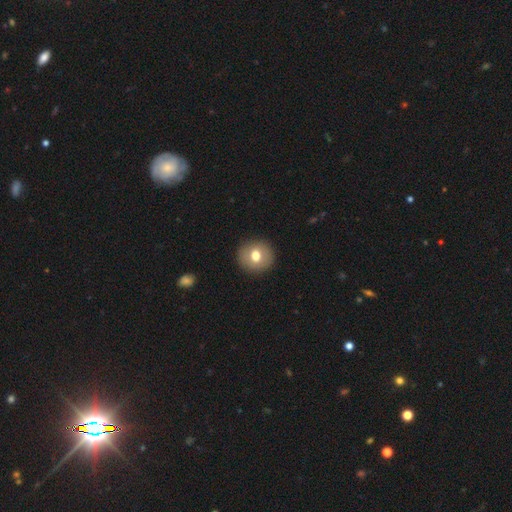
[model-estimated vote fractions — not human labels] Smooth or featured? Predicted: smooth (p=0.71). How rounded? Predicted: round (p=0.88). Merging? Predicted: none (p=0.91).